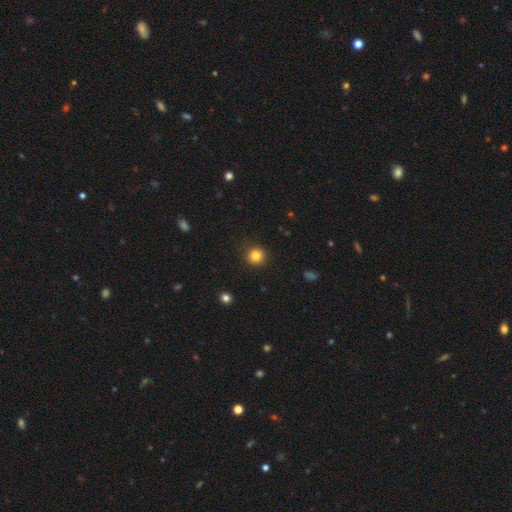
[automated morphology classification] smooth-or-featured: smooth: 84% | star or artifact: 12% | featured or disk: 5%
  how-rounded: round: 93% | in between: 6% | cigar-shaped: 1%
  merging: none: 89% | minor disturbance: 7% | major disturbance: 2% | merger: 1%